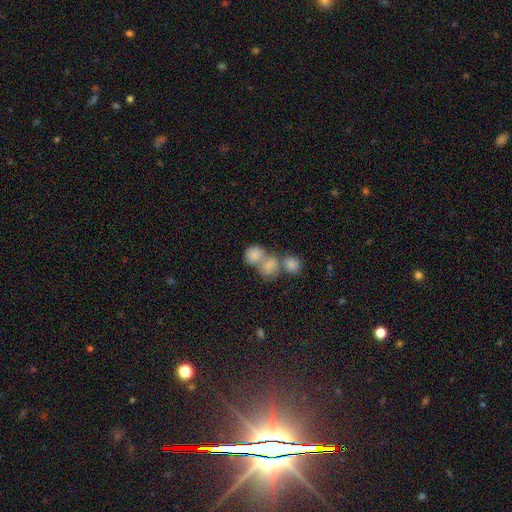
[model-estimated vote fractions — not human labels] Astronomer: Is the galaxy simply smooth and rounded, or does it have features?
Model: smooth — 78%.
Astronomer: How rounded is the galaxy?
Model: round — 60% (runner-up: in between, 39%).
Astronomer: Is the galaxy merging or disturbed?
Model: merger — 64%.